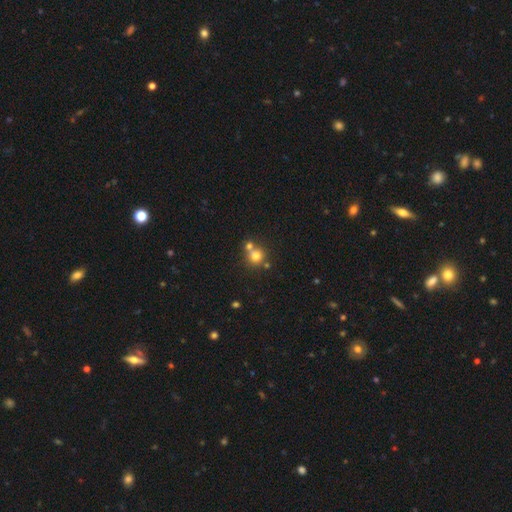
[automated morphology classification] The model was most divided on "merging": none: 55%, merger: 35%, minor disturbance: 7%, major disturbance: 3%. More confident: how rounded — round (90%); smooth or featured — smooth (76%).